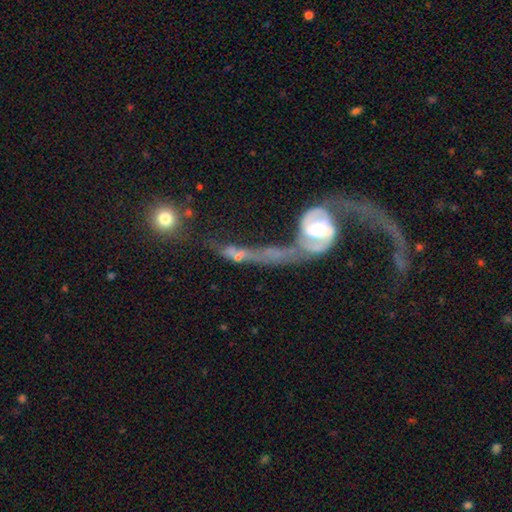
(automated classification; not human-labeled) A featured or disk galaxy (76%) with no bar (48%), 2 (84%) loose (86%) spiral arms (87%) and a moderate central bulge (46%).

Vote fractions:
- Smooth or featured? featured or disk: 76% / smooth: 15% / star or artifact: 9%
- Edge-on disk? no: 92% / yes: 8%
- Bar? no: 48% / weak: 36% / strong: 16%
- Spiral arms? yes: 87% / no: 13%
- Spiral winding? loose: 86% / medium: 10% / tight: 4%
- Spiral arm count? 2: 84% / 1: 9% / can't tell: 3% / 3: 1% / 4: 1% / more than 4: 1%
- Bulge size? moderate: 46% / small: 27% / large: 16% / none: 6% / dominant: 5%
- Merging? merger: 35% / none: 28% / major disturbance: 25% / minor disturbance: 11%